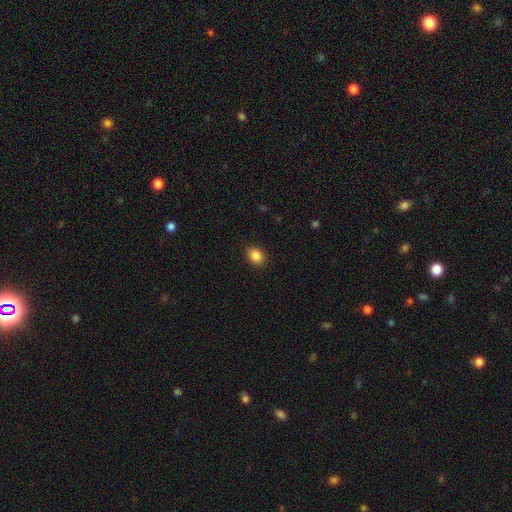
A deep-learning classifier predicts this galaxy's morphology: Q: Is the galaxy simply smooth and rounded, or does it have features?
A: smooth — 87%.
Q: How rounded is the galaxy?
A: in between — 56%.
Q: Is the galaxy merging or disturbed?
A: none — 89%.